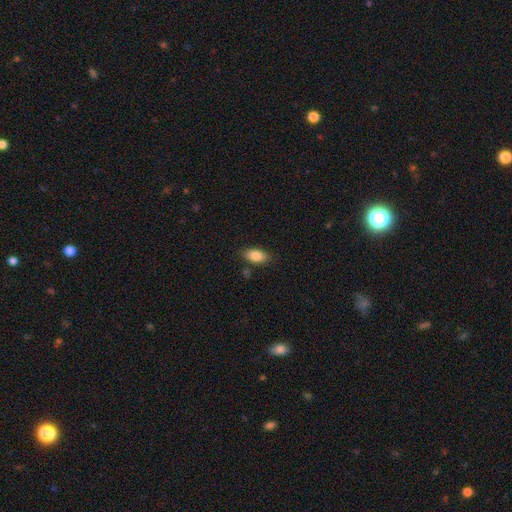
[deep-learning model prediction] smooth-or-featured: smooth: 85% | star or artifact: 8% | featured or disk: 7%
  how-rounded: in between: 90% | cigar-shaped: 6% | round: 4%
  merging: none: 82% | minor disturbance: 12% | merger: 3% | major disturbance: 3%